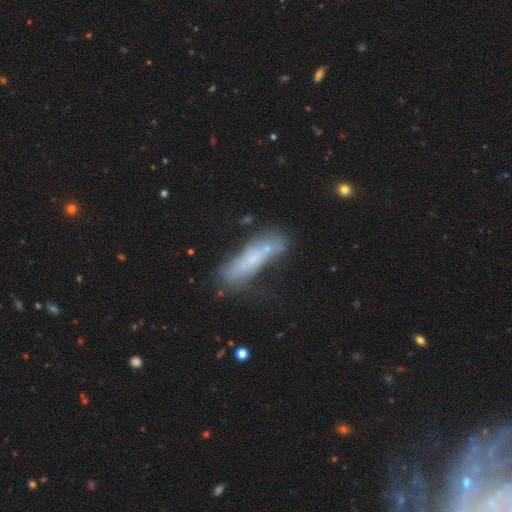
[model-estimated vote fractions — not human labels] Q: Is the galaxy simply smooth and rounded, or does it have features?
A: smooth — 50%.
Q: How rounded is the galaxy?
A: cigar-shaped — 74%.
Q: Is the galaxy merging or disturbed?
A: none — 50%.